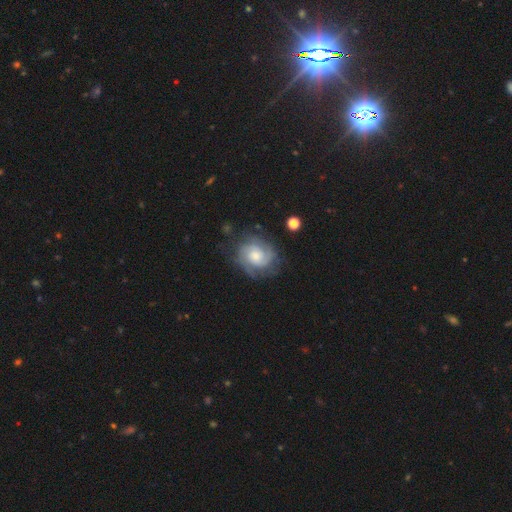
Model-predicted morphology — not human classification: featured or disk 75%, smooth 18%, star or artifact 6%. Down the decision tree: edge-on disk — no (98%); bar — no (69%); spiral arms — yes (93%); spiral arm count — 2 (45%); spiral winding — tight (54%); bulge size — moderate (46%); merging — none (68%).